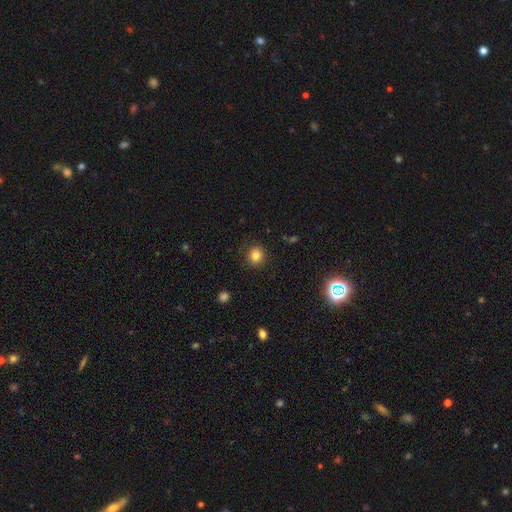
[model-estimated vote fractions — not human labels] Smooth or featured?
  - smooth: 82% *
  - star or artifact: 11%
  - featured or disk: 6%
How rounded?
  - round: 86% *
  - in between: 13%
  - cigar-shaped: 1%
Merging?
  - none: 88% *
  - minor disturbance: 8%
  - major disturbance: 3%
  - merger: 1%